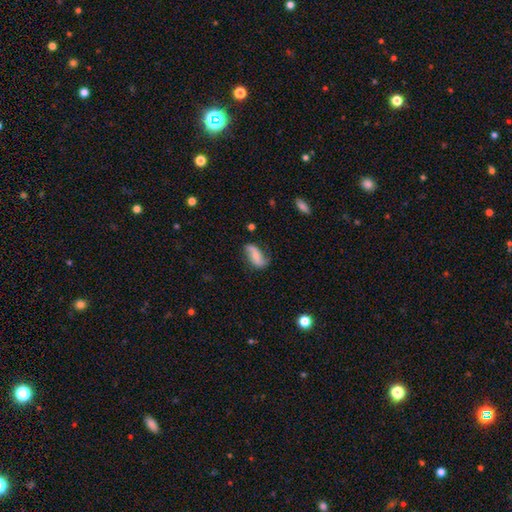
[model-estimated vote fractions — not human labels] Smooth or featured: featured or disk — 53% (smooth — 39%)
Edge-on disk: no — 93% (yes — 7%)
Merging: none — 67% (minor disturbance — 24%)